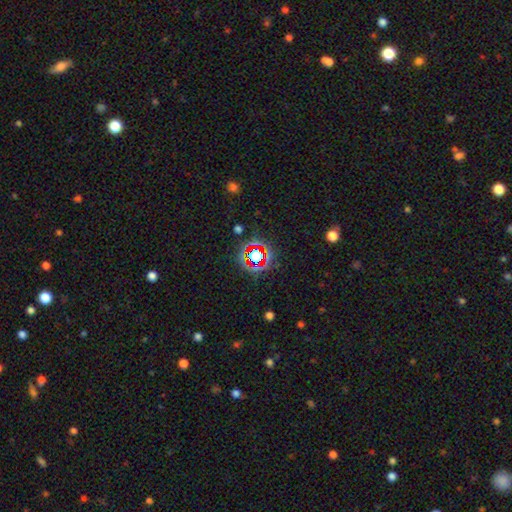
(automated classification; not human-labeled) smooth_or_featured: star or artifact (p=0.71) [alt: smooth p=0.17]